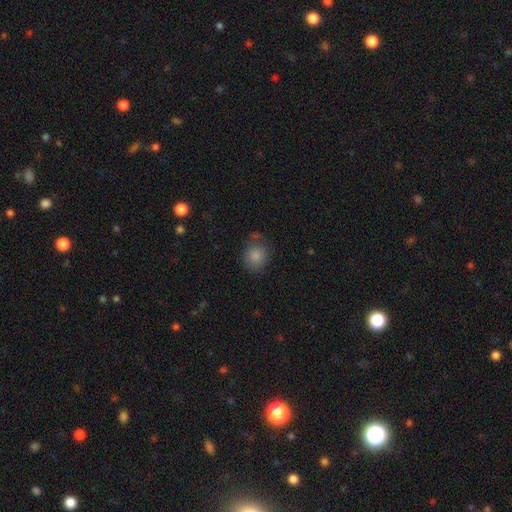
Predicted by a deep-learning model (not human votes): smooth 85%, star or artifact 9%, featured or disk 5%. Down the decision tree: how rounded — round (78%); merging — none (73%).